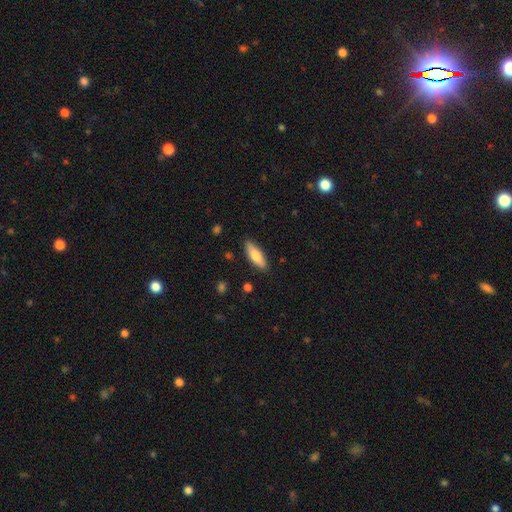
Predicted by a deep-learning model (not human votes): Smooth or featured?
  - smooth: 72% *
  - featured or disk: 22%
  - star or artifact: 6%
How rounded?
  - in between: 56% *
  - cigar-shaped: 42%
  - round: 2%
Merging?
  - none: 87% *
  - minor disturbance: 10%
  - major disturbance: 2%
  - merger: 1%